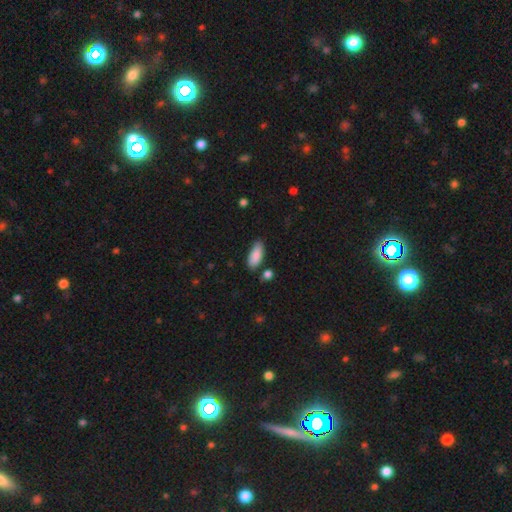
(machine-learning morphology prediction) type=smooth (87%); roundness=in between (84%); merging=none (77%).